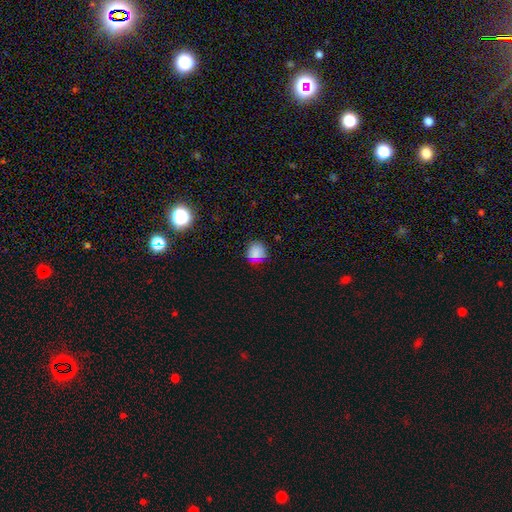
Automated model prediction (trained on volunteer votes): Smooth or featured: smooth — 73% (star or artifact — 20%)
How rounded: round — 84% (in between — 15%)
Merging: none — 82% (minor disturbance — 13%)